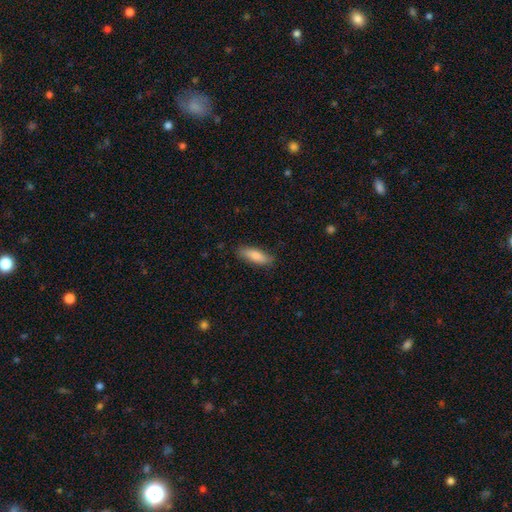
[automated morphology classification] Overall: smooth (80%). How rounded: in between (59%; cigar-shaped 39%). Merging: none (82%).